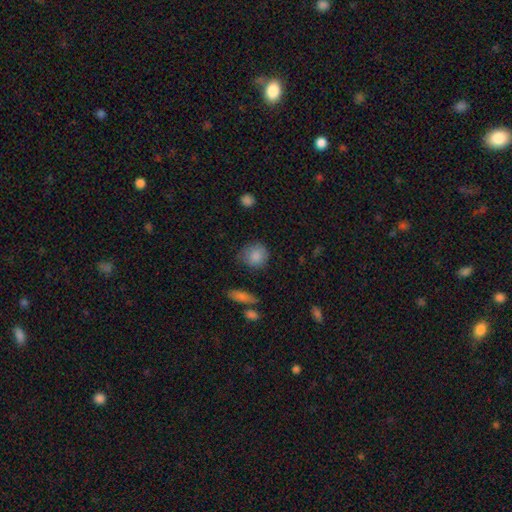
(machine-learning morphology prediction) Smooth or featured? smooth (85%)
How rounded? round (85%)
Merging? none (73%)